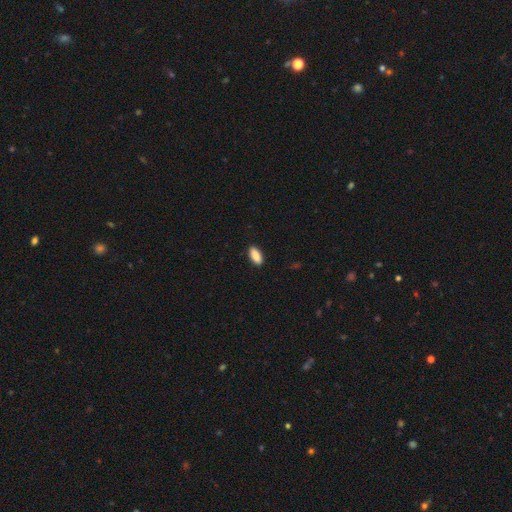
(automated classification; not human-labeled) smooth 89%, star or artifact 6%, featured or disk 5%. Down the decision tree: how rounded — in between (84%); merging — none (90%).